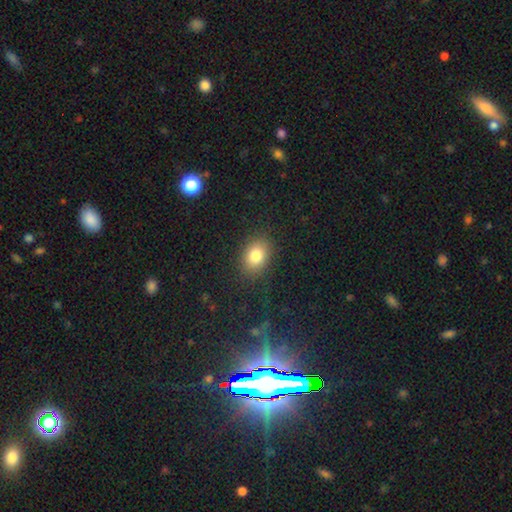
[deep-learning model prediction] Q: Smooth or featured?
A: smooth (81%); runner-up: star or artifact (11%)
Q: How rounded?
A: in between (66%); runner-up: round (33%)
Q: Merging?
A: none (85%); runner-up: minor disturbance (10%)